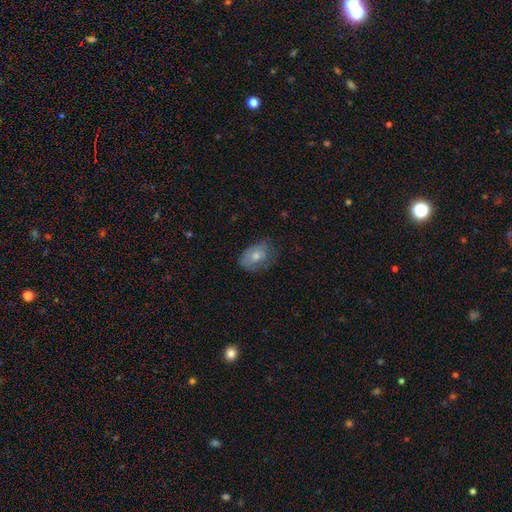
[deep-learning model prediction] Morphology: type=smooth (66%); roundness=in between (79%); merging=none (61%).